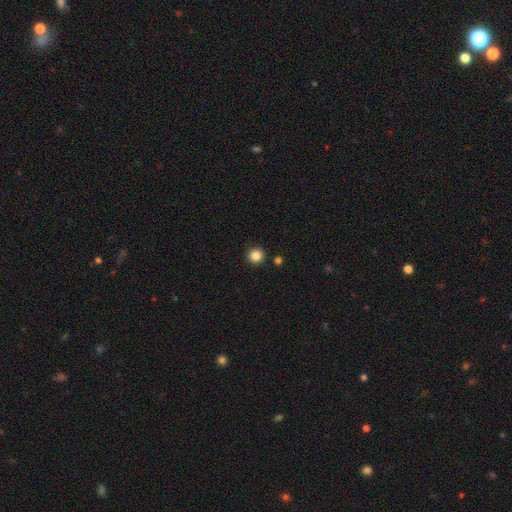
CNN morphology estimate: Smooth or featured?
  - smooth: 85% *
  - star or artifact: 11%
  - featured or disk: 4%
How rounded?
  - round: 94% *
  - in between: 5%
  - cigar-shaped: 1%
Merging?
  - none: 91% *
  - minor disturbance: 5%
  - merger: 3%
  - major disturbance: 2%